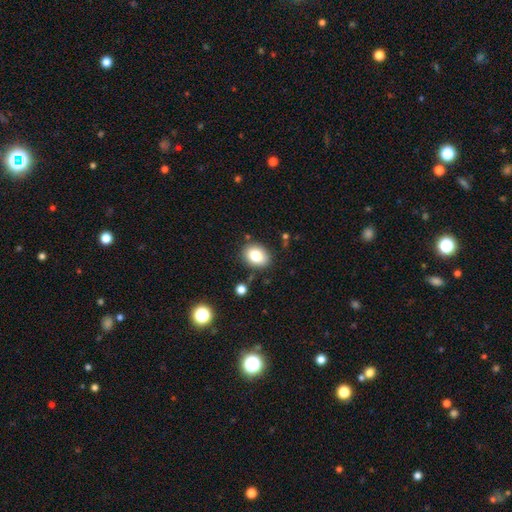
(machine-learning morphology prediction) This appears to be a smooth galaxy with no disk features (83%) that is in between round and cigar-shaped (63%). Merging: none (83%).